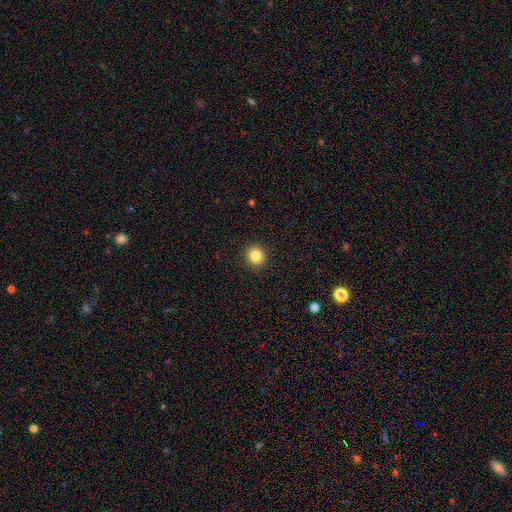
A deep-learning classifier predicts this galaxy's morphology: smooth 85%, star or artifact 10%, featured or disk 5%. Down the decision tree: how rounded — round (86%); merging — none (92%).